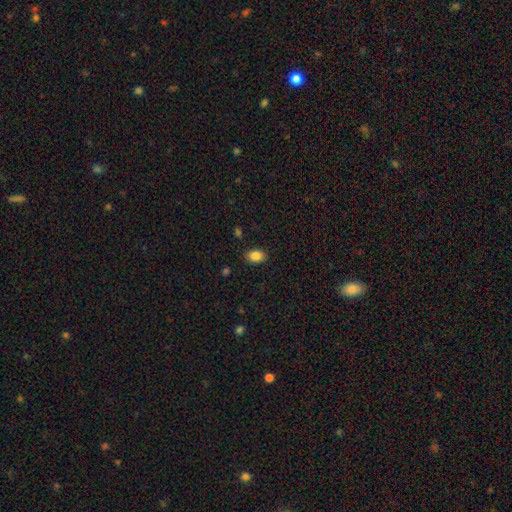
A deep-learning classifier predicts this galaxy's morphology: Smooth or featured: smooth — 86% (star or artifact — 9%)
How rounded: in between — 84% (round — 14%)
Merging: none — 87% (minor disturbance — 9%)